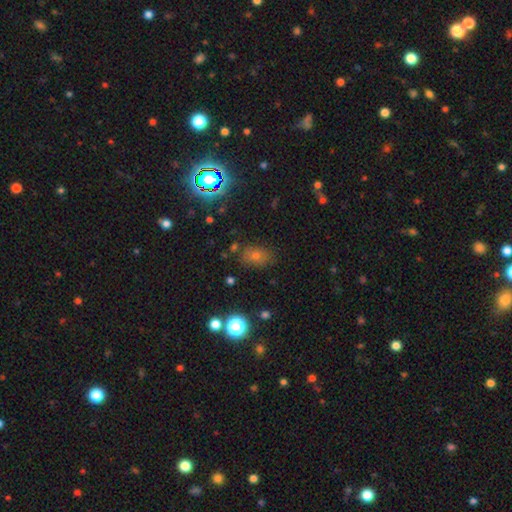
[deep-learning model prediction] Smooth or featured?
  - smooth: 57% *
  - star or artifact: 31%
  - featured or disk: 11%
How rounded?
  - in between: 69% *
  - round: 29%
  - cigar-shaped: 2%
Merging?
  - none: 79% *
  - minor disturbance: 13%
  - major disturbance: 4%
  - merger: 4%